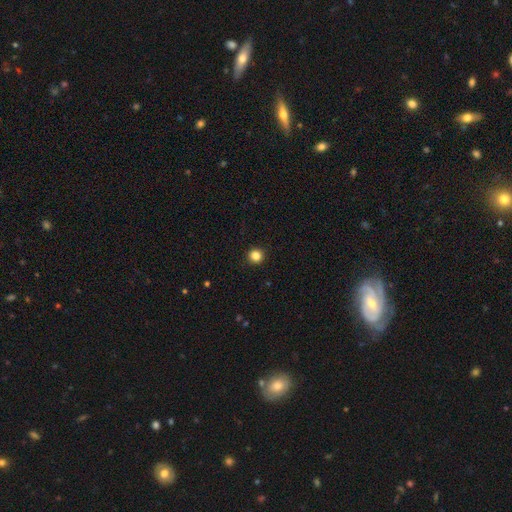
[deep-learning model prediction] smooth-or-featured: smooth: 85% | star or artifact: 12% | featured or disk: 4%
  how-rounded: round: 94% | in between: 5% | cigar-shaped: 1%
  merging: none: 93% | minor disturbance: 5% | major disturbance: 2% | merger: 1%